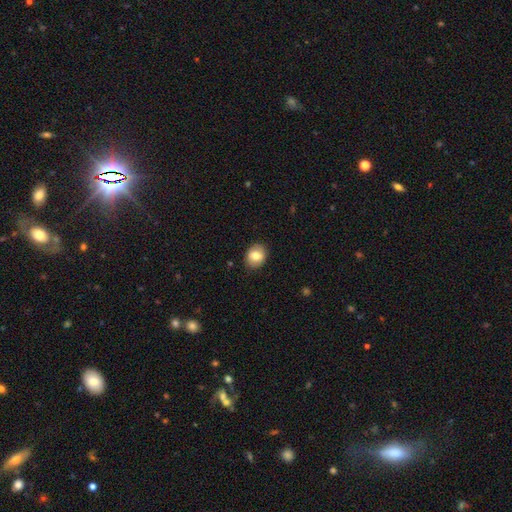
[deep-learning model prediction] smooth 78%, featured or disk 14%, star or artifact 8%. Down the decision tree: how rounded — round (52%); merging — none (88%).